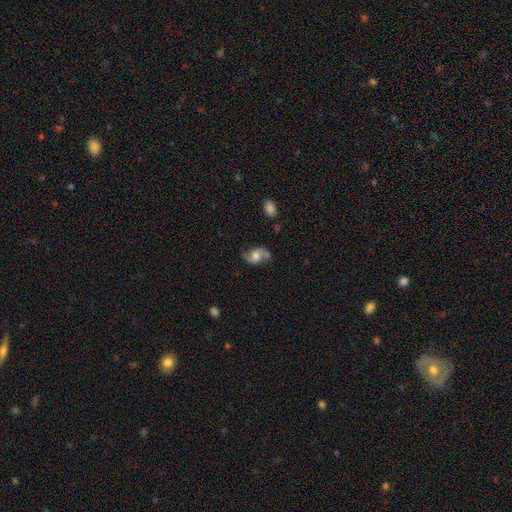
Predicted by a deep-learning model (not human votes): Morphology: type=featured or disk (72%); edge-on=no (96%); bar=no (63%); spiral arms=yes (91%); winding=loose (59%); arm count=2 (90%); bulge=moderate (53%); merging=none (64%).